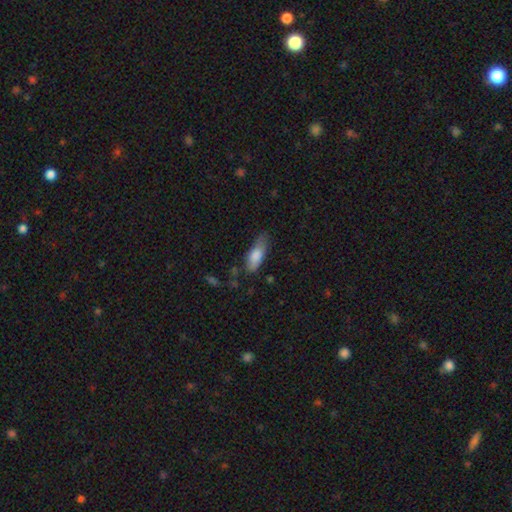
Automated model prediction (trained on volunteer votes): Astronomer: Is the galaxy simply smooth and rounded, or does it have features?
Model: smooth — 79%.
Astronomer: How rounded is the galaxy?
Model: in between — 67%.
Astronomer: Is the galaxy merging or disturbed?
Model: none — 57%.